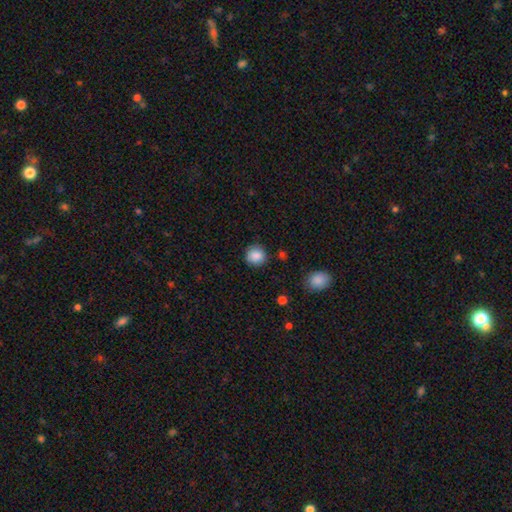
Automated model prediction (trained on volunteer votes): Smooth or featured? Predicted: smooth (p=0.87). How rounded? Predicted: round (p=0.89). Merging? Predicted: none (p=0.86).